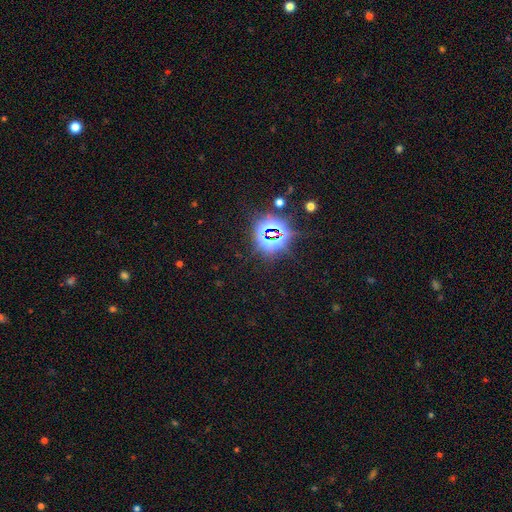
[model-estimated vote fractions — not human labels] Overall: star or artifact (81%).